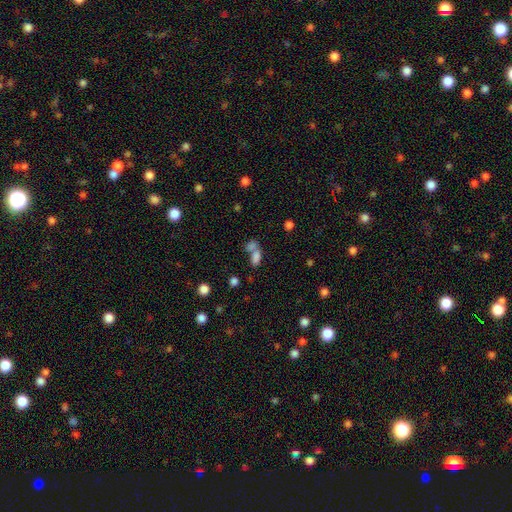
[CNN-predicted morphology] Smooth or featured: smooth — 74% (star or artifact — 15%)
How rounded: in between — 83% (round — 11%)
Merging: merger — 57% (none — 29%)